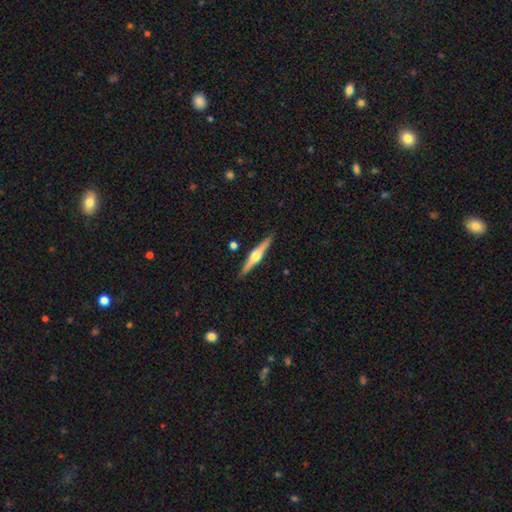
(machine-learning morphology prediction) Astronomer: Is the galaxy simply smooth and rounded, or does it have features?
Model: featured or disk — 75%.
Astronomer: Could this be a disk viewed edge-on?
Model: yes — 98%.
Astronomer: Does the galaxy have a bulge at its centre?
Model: rounded — 94%.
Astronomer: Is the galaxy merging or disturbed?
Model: none — 90%.